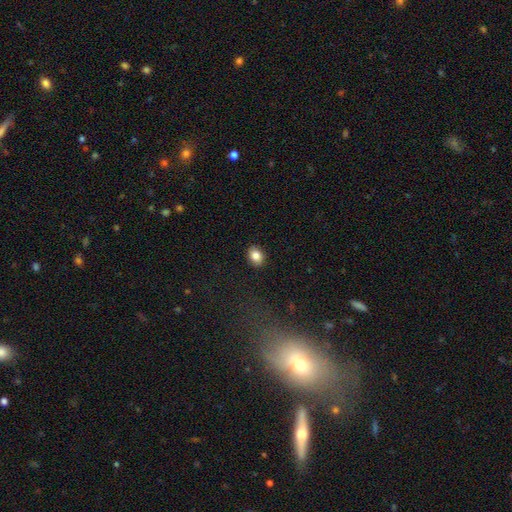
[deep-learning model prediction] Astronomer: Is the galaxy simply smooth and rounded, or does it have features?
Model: smooth — 84%.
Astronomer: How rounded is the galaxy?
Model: in between — 63%.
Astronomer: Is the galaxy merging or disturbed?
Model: none — 89%.